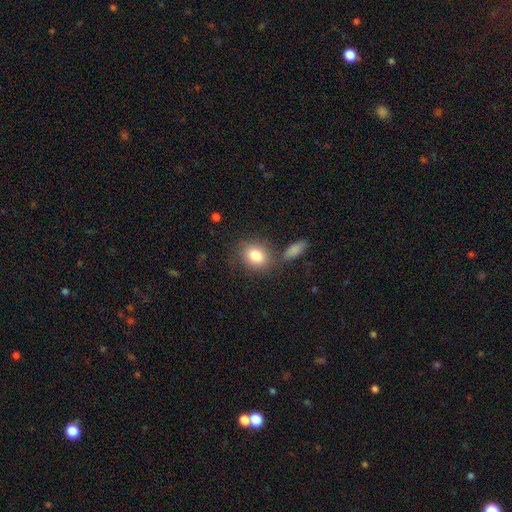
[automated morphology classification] A smooth galaxy with no disk features (83%) that is round (52%). Merging: none (70%).